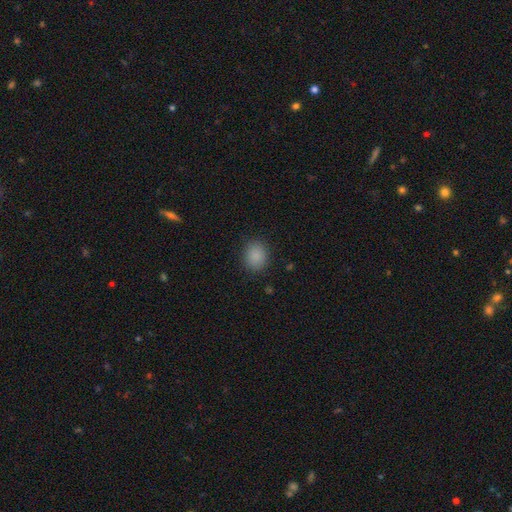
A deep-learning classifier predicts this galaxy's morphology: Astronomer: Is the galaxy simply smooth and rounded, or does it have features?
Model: smooth — 87%.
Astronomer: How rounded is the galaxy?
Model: round — 62% (runner-up: in between, 37%).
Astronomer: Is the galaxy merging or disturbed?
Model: none — 86%.